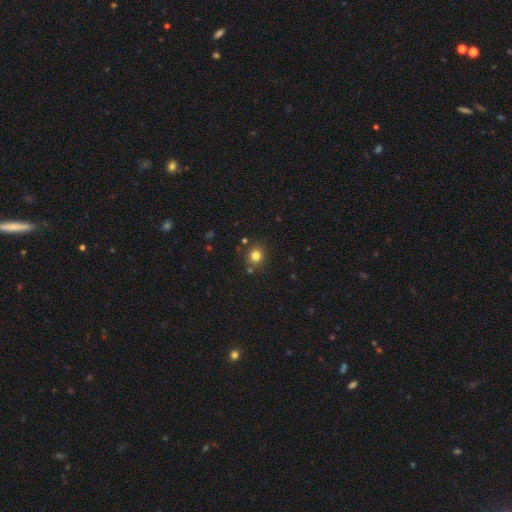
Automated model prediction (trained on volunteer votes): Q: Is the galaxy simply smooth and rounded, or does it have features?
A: smooth — 80%.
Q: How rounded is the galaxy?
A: round — 86%.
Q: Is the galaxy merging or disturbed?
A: none — 81%.